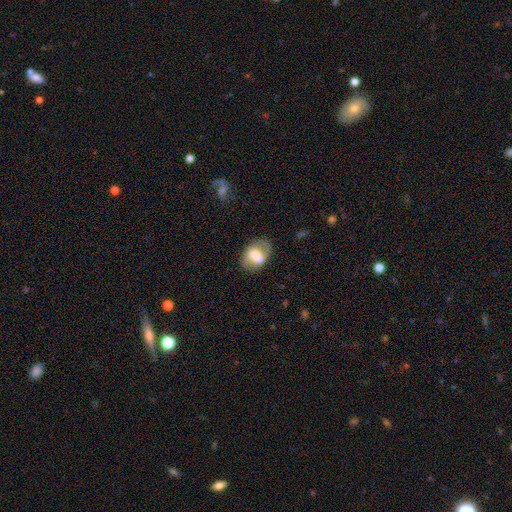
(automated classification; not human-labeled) Smooth or featured: smooth — 52% (featured or disk — 40%)
How rounded: in between — 78% (round — 21%)
Merging: none — 62% (minor disturbance — 22%)